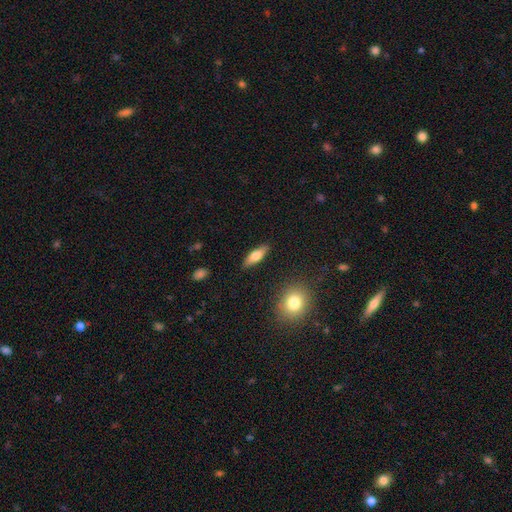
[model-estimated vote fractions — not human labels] Q: Smooth or featured?
A: smooth (64%); runner-up: featured or disk (29%)
Q: How rounded?
A: in between (51%); runner-up: cigar-shaped (46%)
Q: Merging?
A: none (88%); runner-up: minor disturbance (9%)